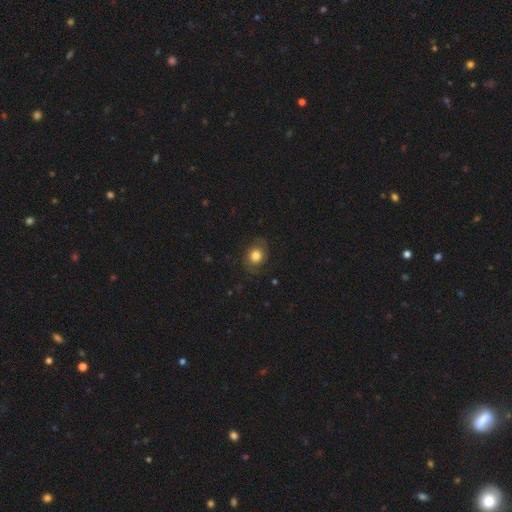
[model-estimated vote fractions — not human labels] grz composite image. It shows a smooth galaxy with no disk features (72%) that is round (61%). Merging: none (75%).